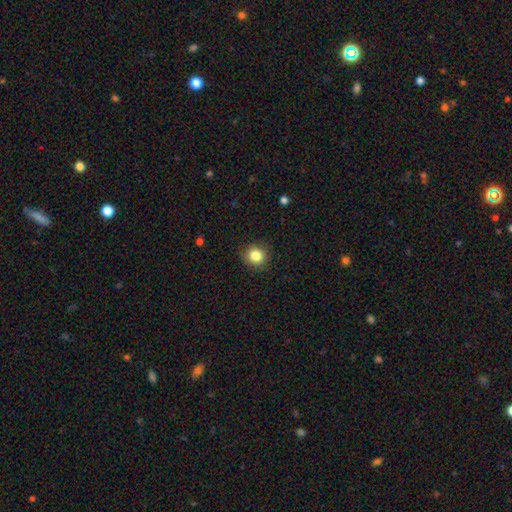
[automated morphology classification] Overall: smooth (84%). How rounded: round (90%). Merging: none (90%).